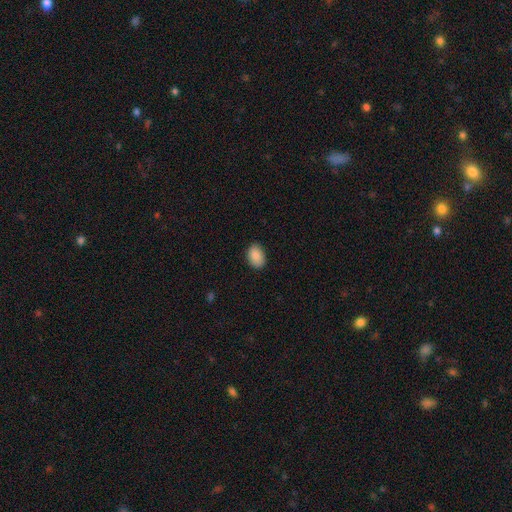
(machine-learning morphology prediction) A smooth galaxy with no disk features (89%) that is in between round and cigar-shaped (79%).

Vote fractions:
- Smooth or featured? smooth: 89% / star or artifact: 7% / featured or disk: 4%
- How rounded? in between: 79% / round: 20% / cigar-shaped: 1%
- Merging? none: 85% / minor disturbance: 12% / major disturbance: 2% / merger: 1%